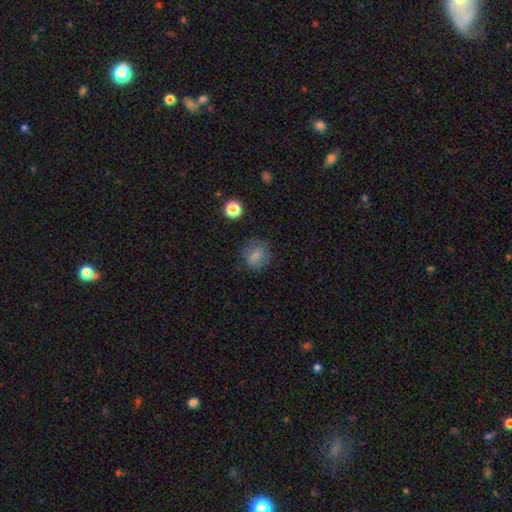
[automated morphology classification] This appears to be a smooth galaxy with no disk features (77%) that is round (70%). Merging: none (77%).